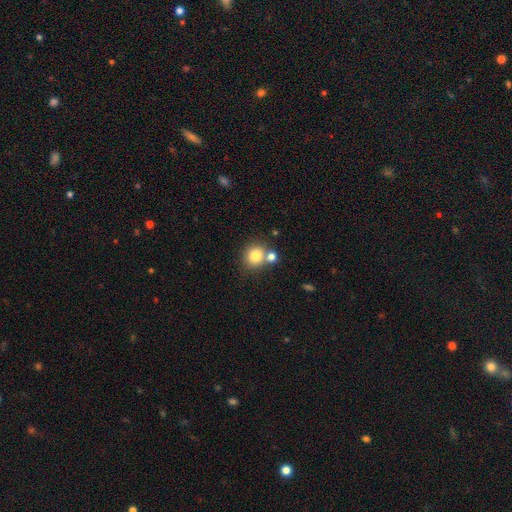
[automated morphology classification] type=smooth (80%); roundness=round (82%); merging=none (59%).